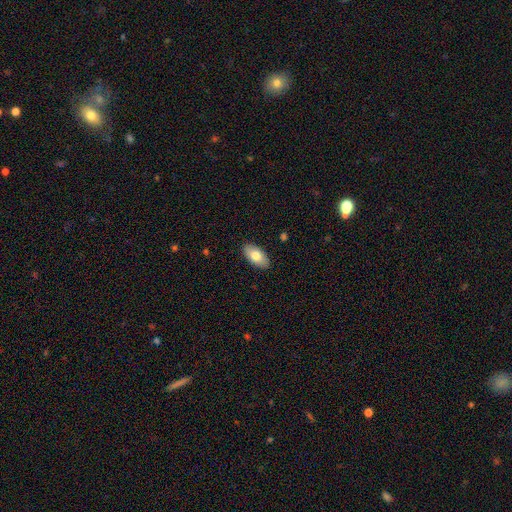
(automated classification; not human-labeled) smooth-or-featured: smooth: 76% | featured or disk: 18% | star or artifact: 6%
  how-rounded: in between: 95% | round: 3% | cigar-shaped: 3%
  merging: none: 89% | minor disturbance: 8% | major disturbance: 2% | merger: 1%